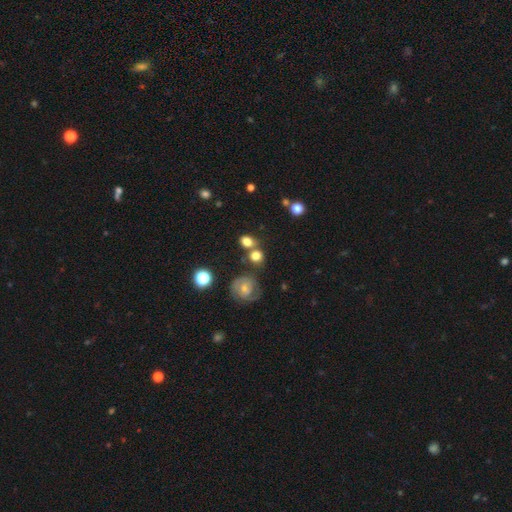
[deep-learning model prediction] Smooth or featured?
  - smooth: 72% *
  - featured or disk: 15%
  - star or artifact: 12%
How rounded?
  - round: 68% *
  - in between: 31%
  - cigar-shaped: 1%
Merging?
  - none: 59% *
  - merger: 22%
  - minor disturbance: 13%
  - major disturbance: 6%